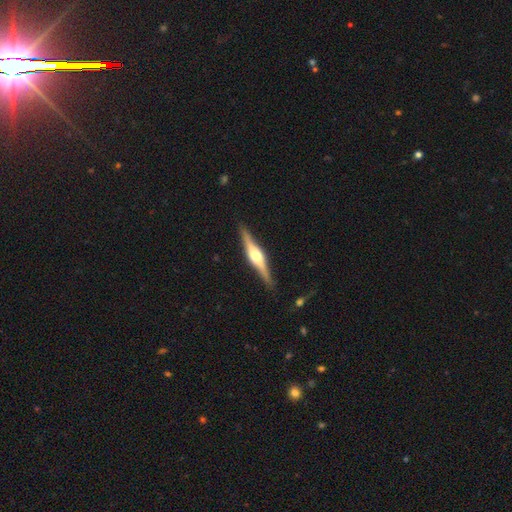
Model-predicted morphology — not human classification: type=featured or disk (79%); edge-on=yes (98%); edge-on bulge=rounded (91%); merging=none (89%).